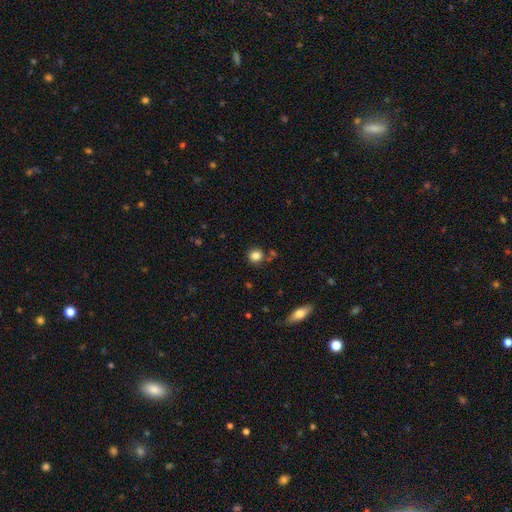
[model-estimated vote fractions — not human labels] smooth_or_featured: smooth (p=0.84) [alt: star or artifact p=0.11]
how_rounded: round (p=0.85) [alt: in between p=0.14]
merging: none (p=0.80) [alt: minor disturbance p=0.10]